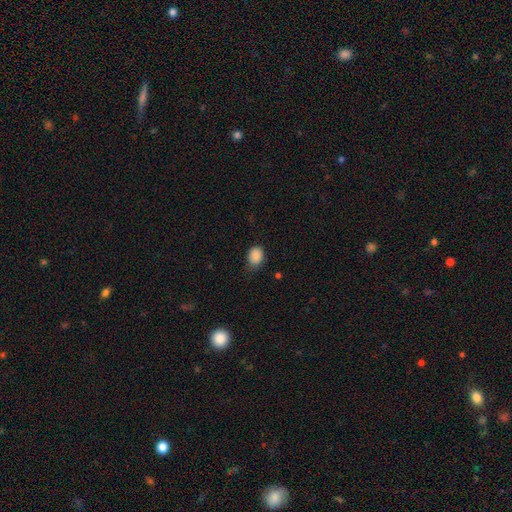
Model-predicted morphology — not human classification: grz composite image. It shows a smooth galaxy with no disk features (87%) that is in between round and cigar-shaped (61%). Merging: none (66%).